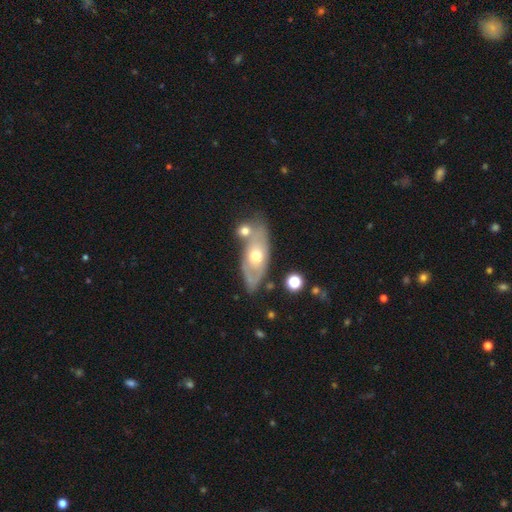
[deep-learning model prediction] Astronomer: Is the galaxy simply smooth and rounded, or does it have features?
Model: featured or disk — 56% (runner-up: smooth, 37%).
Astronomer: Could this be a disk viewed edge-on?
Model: no — 76%.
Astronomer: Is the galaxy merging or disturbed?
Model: none — 57%.